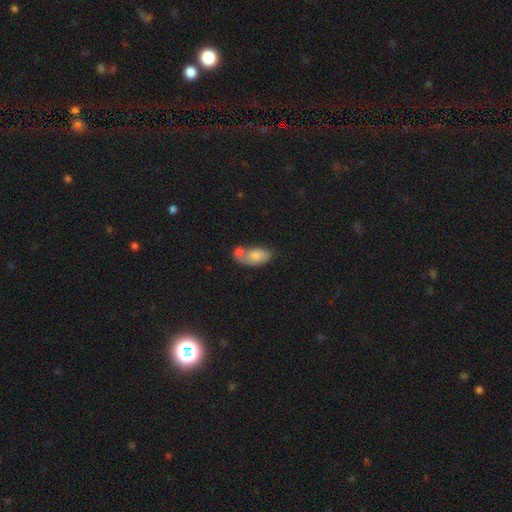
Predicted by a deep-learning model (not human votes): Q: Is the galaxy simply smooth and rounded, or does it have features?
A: smooth — 73%.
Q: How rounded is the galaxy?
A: in between — 90%.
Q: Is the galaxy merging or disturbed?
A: merger — 47%.